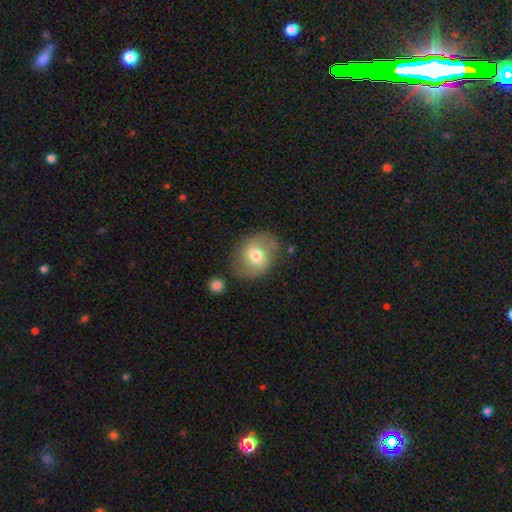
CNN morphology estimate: smooth_or_featured: smooth (p=0.64) [alt: featured or disk p=0.28]
how_rounded: in between (p=0.53) [alt: round p=0.46]
merging: none (p=0.69) [alt: minor disturbance p=0.19]